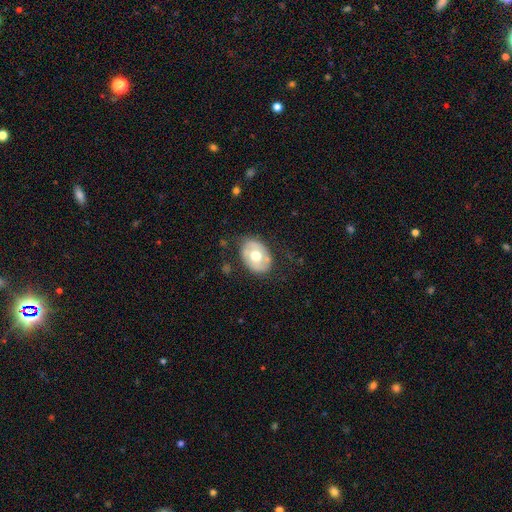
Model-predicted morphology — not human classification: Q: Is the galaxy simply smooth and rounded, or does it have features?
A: smooth — 51%.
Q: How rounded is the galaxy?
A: in between — 74%.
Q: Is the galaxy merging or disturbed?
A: none — 75%.